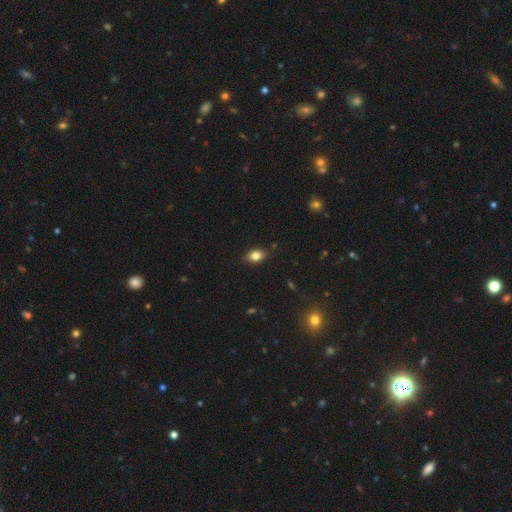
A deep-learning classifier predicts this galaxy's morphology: Overall: smooth (81%). How rounded: in between (76%). Merging: none (84%).